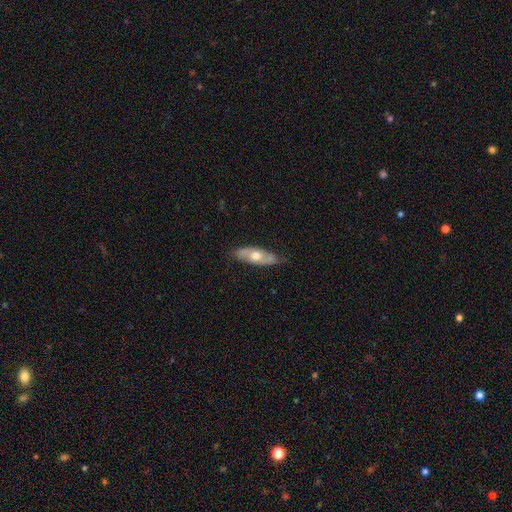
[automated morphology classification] Overall: featured or disk (51%; smooth 44%). Edge-on disk: no (71%). Merging: none (80%).